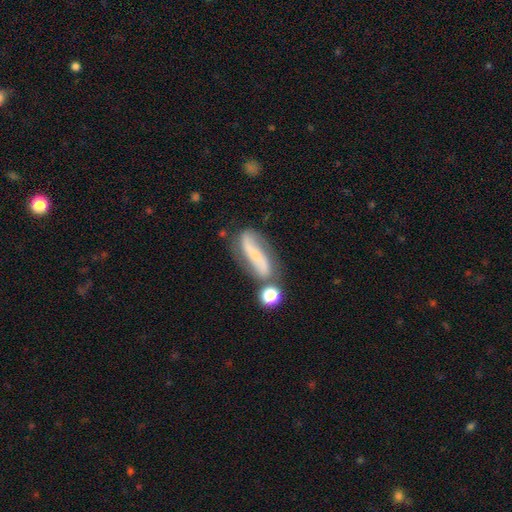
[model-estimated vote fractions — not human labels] A featured or disk galaxy (67%) with a strong bar (39%), spiral arms (86%) and a small central bulge (66%). Merging: none (58%).